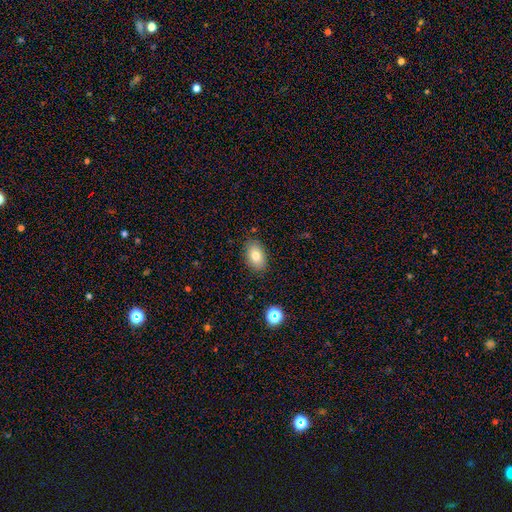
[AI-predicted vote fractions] Smooth or featured?
  - smooth: 79% *
  - featured or disk: 12%
  - star or artifact: 9%
How rounded?
  - in between: 88% *
  - round: 11%
  - cigar-shaped: 1%
Merging?
  - none: 84% *
  - minor disturbance: 11%
  - major disturbance: 3%
  - merger: 2%